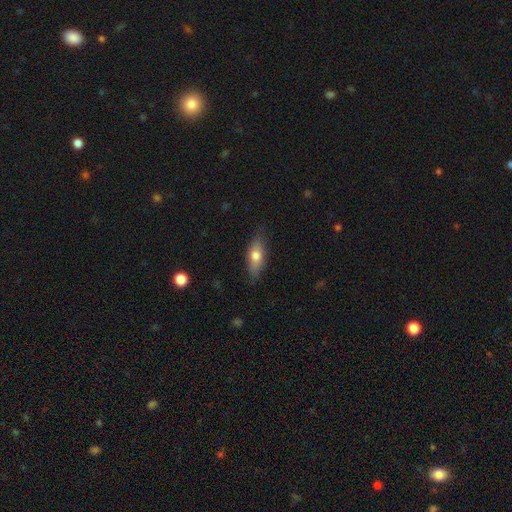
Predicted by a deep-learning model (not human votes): A smooth galaxy with no disk features (67%) that is in between round and cigar-shaped (69%). Merging: none (79%).